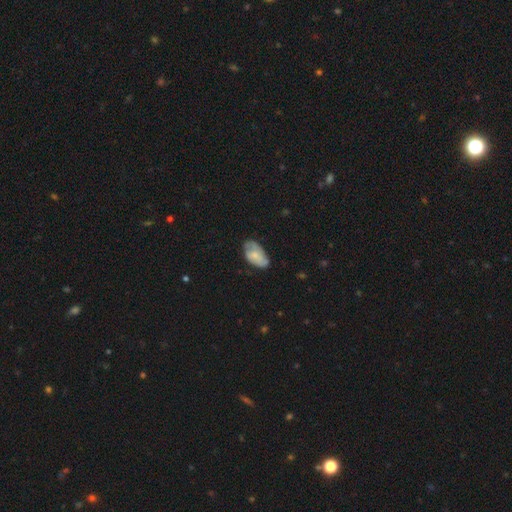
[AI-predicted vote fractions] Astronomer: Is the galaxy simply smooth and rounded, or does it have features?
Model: smooth — 56% (runner-up: featured or disk, 37%).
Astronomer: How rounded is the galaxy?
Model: in between — 93%.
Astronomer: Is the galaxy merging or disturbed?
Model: none — 60%.